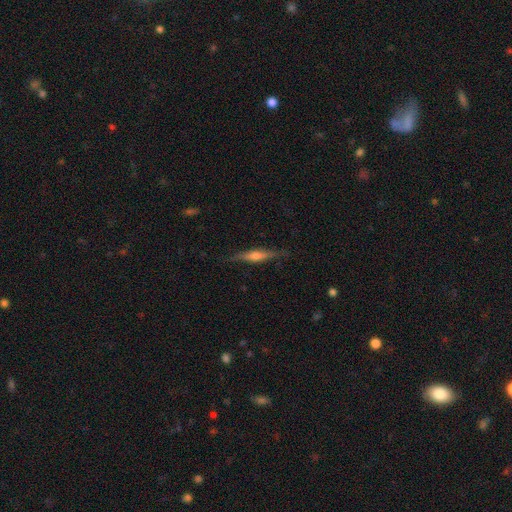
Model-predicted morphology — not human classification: A featured or disk galaxy (70%) viewed edge-on (97%) with a rounded central bulge (74%).

Vote fractions:
- Smooth or featured? featured or disk: 70% / smooth: 23% / star or artifact: 7%
- Edge-on disk? yes: 97% / no: 3%
- Edge-on bulge? rounded: 74% / boxy: 17% / none: 9%
- Merging? none: 85% / minor disturbance: 11% / major disturbance: 2% / merger: 1%